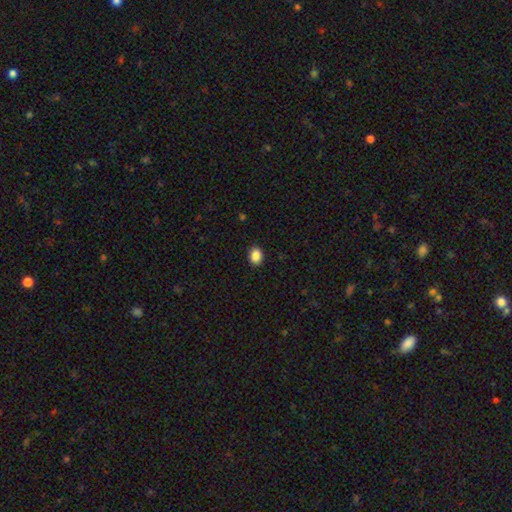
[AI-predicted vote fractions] This is clearly a smooth galaxy (88%). How rounded: likely in between (63%). Merging: clearly none (89%).